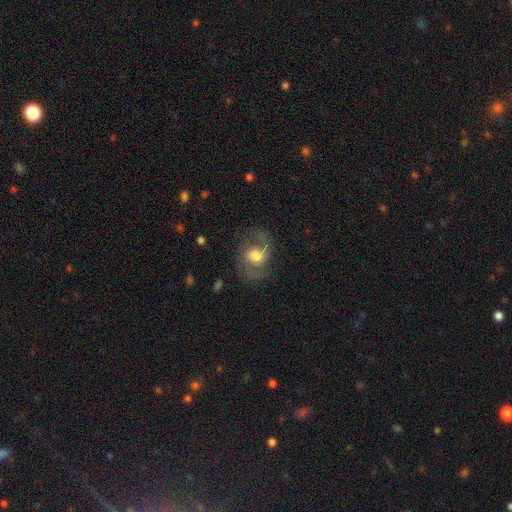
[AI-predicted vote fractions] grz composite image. It shows a featured or disk galaxy (81%) with no bar (55%), 2 (89%) medium (57%) spiral arms (94%) and a moderate central bulge (55%). Merging: none (74%).